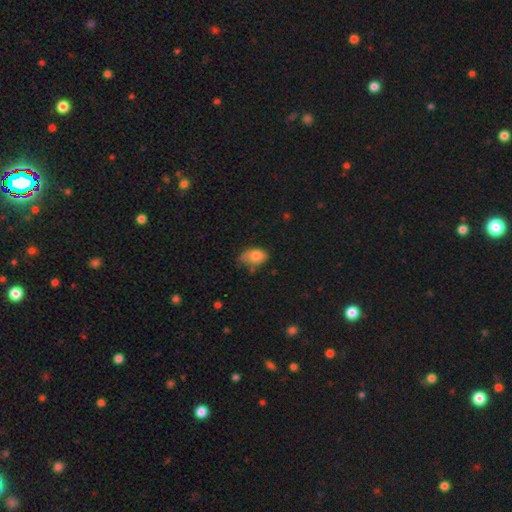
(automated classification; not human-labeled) A smooth galaxy with no disk features (76%) that is in between round and cigar-shaped (87%). Merging: none (43%).